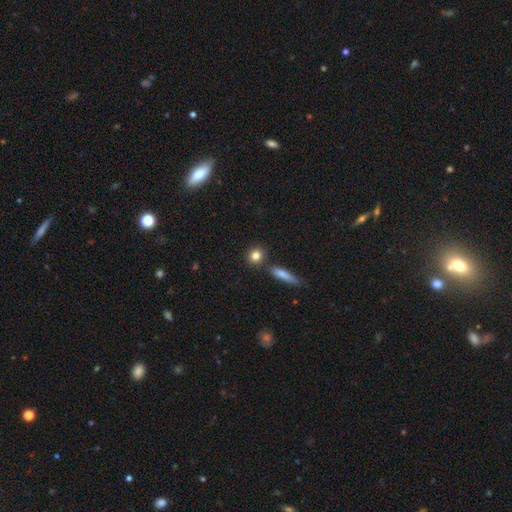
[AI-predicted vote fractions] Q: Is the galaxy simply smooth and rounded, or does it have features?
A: smooth — 81%.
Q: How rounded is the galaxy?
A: round — 76%.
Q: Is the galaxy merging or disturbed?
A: none — 75%.